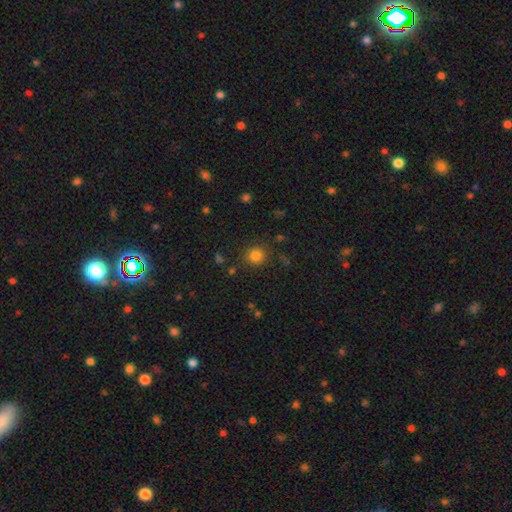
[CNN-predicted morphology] A smooth galaxy with no disk features (81%) that is round (90%). Merging: none (86%).